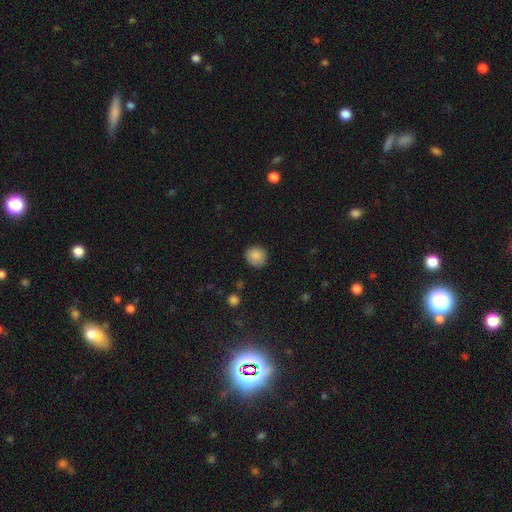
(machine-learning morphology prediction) Smooth or featured: smooth — 87% (star or artifact — 9%)
How rounded: round — 88% (in between — 11%)
Merging: none — 87% (minor disturbance — 9%)